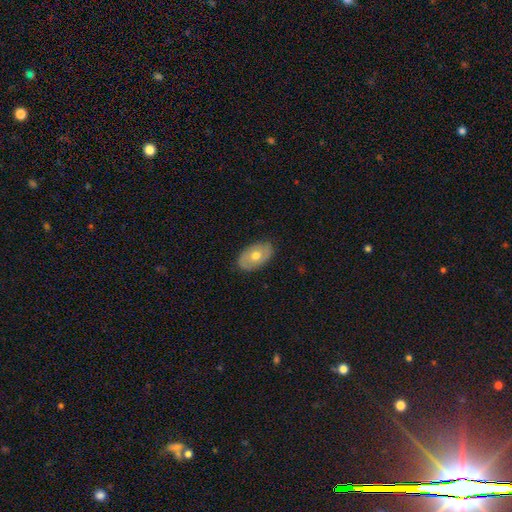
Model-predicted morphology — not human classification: Smooth or featured? smooth (60%)
How rounded? in between (90%)
Merging? none (83%)